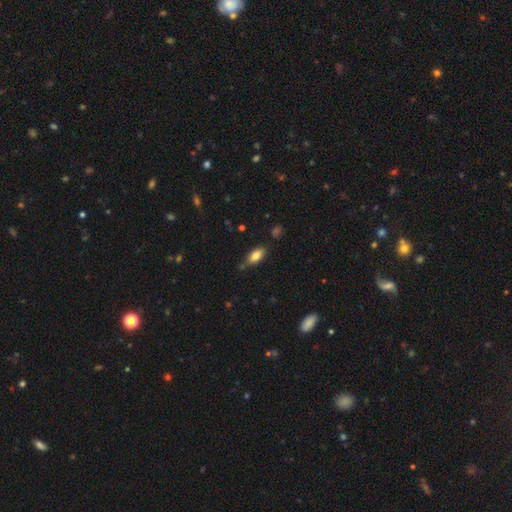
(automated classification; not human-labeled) Smooth or featured?
  - smooth: 81% *
  - featured or disk: 11%
  - star or artifact: 8%
How rounded?
  - in between: 87% *
  - cigar-shaped: 11%
  - round: 3%
Merging?
  - none: 74% *
  - minor disturbance: 18%
  - merger: 5%
  - major disturbance: 4%